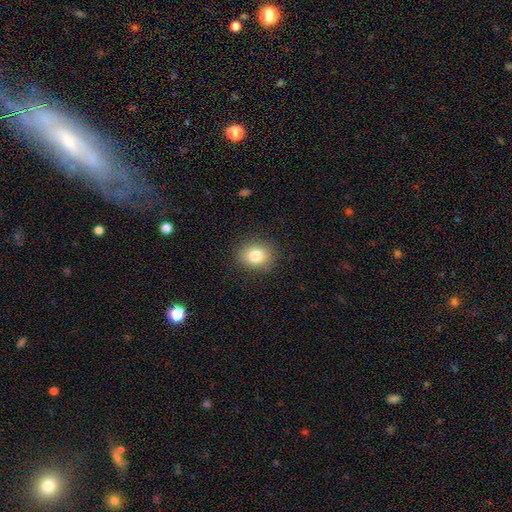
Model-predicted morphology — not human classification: A smooth galaxy with no disk features (82%) that is round (57%). Merging: none (87%).